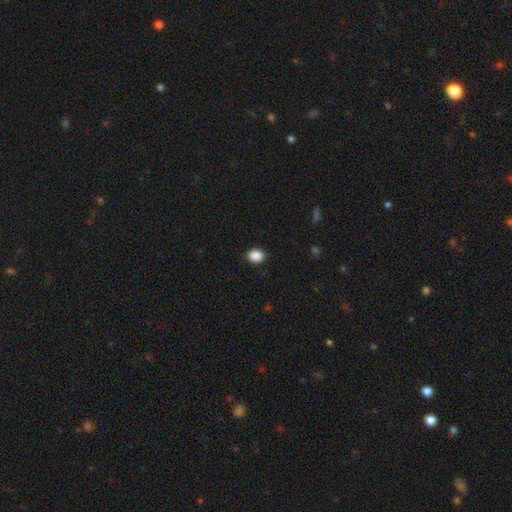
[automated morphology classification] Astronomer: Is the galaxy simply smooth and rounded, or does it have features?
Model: smooth — 88%.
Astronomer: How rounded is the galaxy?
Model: round — 51% (runner-up: in between, 48%).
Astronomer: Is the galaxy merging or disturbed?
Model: none — 89%.